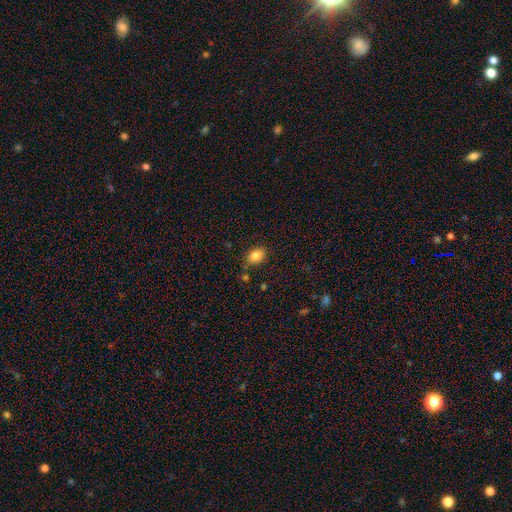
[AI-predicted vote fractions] The model was most divided on "how rounded": in between: 79%, round: 20%, cigar-shaped: 2%. More confident: smooth or featured — smooth (84%); merging — none (77%).